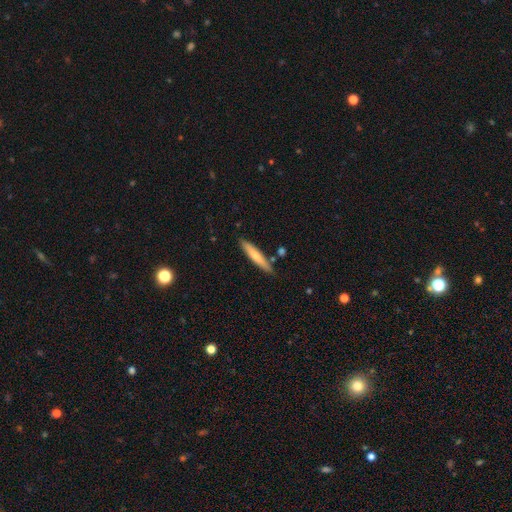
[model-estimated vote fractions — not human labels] A smooth galaxy with no disk features (65%) that is cigar-shaped (90%). Merging: none (83%).